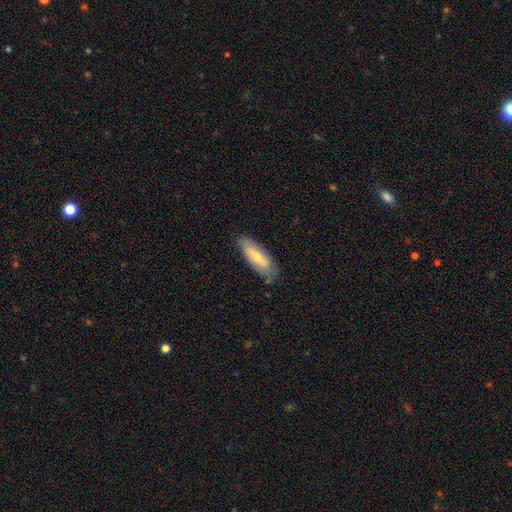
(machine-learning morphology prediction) type=smooth (64%); roundness=in between (57%); merging=none (81%).